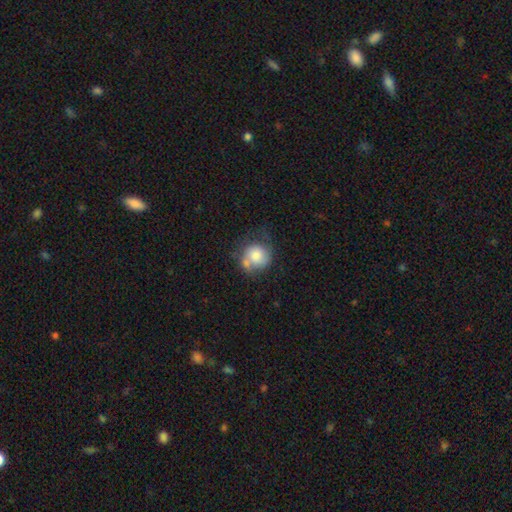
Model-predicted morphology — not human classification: Overall: smooth (64%; featured or disk 28%). How rounded: round (82%). Merging: none (40%; minor disturbance 24%).